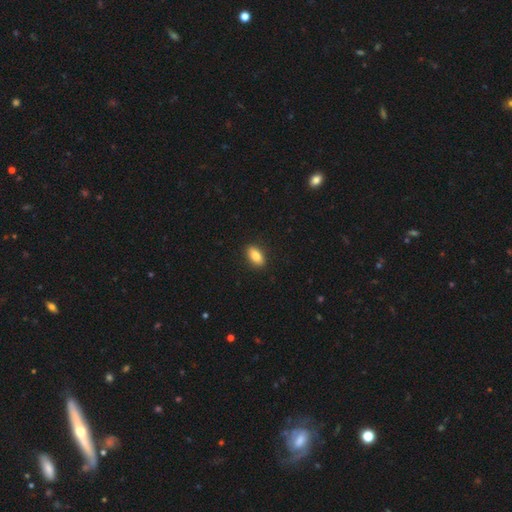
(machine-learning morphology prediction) smooth_or_featured: smooth (p=0.84) [alt: featured or disk p=0.09]
how_rounded: in between (p=0.87) [alt: cigar-shaped p=0.08]
merging: none (p=0.90) [alt: minor disturbance p=0.08]